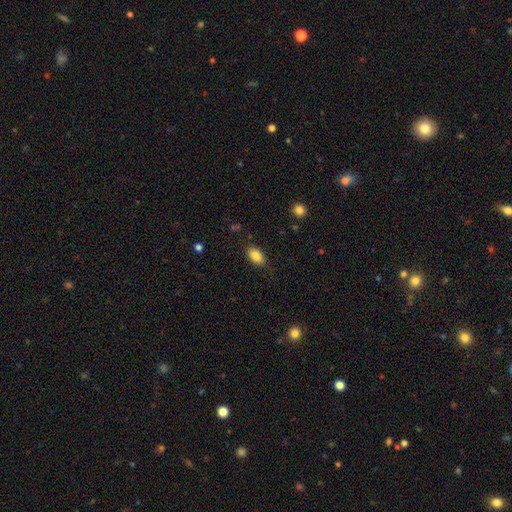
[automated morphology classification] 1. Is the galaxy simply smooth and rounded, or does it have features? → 86% smooth, 8% star or artifact, 6% featured or disk.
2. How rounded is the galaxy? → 91% in between, 7% round, 2% cigar-shaped.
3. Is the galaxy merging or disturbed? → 83% none, 13% minor disturbance, 3% major disturbance, 1% merger.